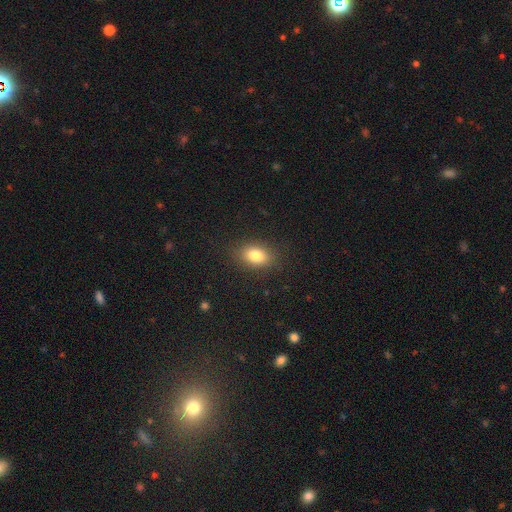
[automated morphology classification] Smooth or featured? Predicted: smooth (p=0.81). How rounded? Predicted: in between (p=0.77). Merging? Predicted: none (p=0.87).